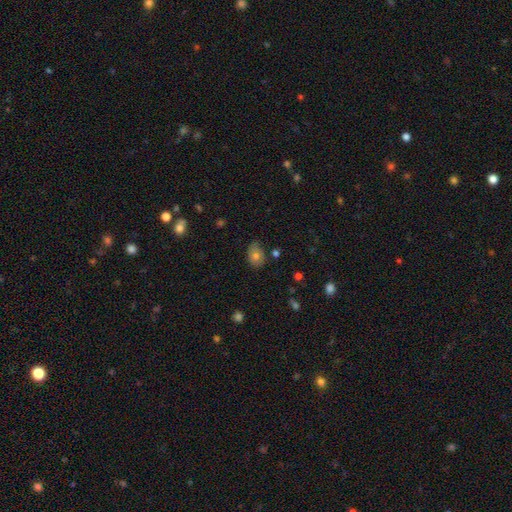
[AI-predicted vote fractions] Smooth or featured? smooth (75%)
How rounded? in between (70%)
Merging? none (62%)